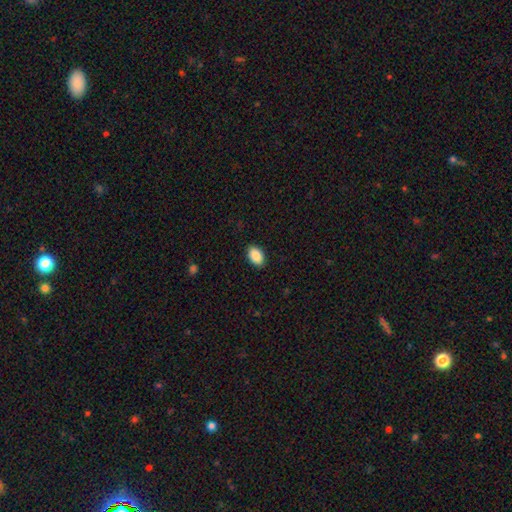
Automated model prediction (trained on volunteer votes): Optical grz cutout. It shows a smooth galaxy with no disk features (89%) that is in between round and cigar-shaped (88%). Merging: none (90%).